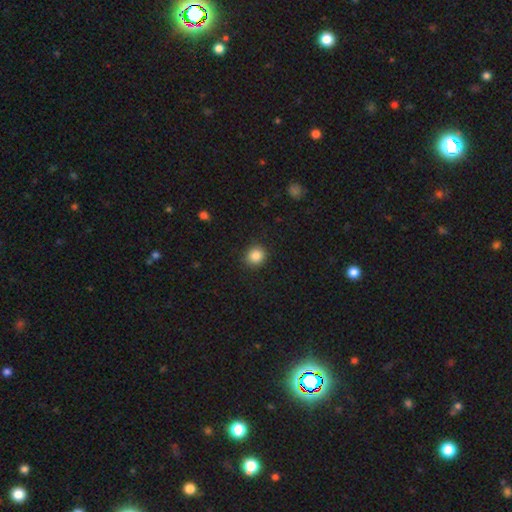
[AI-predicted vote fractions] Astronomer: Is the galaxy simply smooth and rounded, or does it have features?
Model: smooth — 86%.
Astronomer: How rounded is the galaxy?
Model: round — 85%.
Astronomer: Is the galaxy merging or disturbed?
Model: none — 90%.